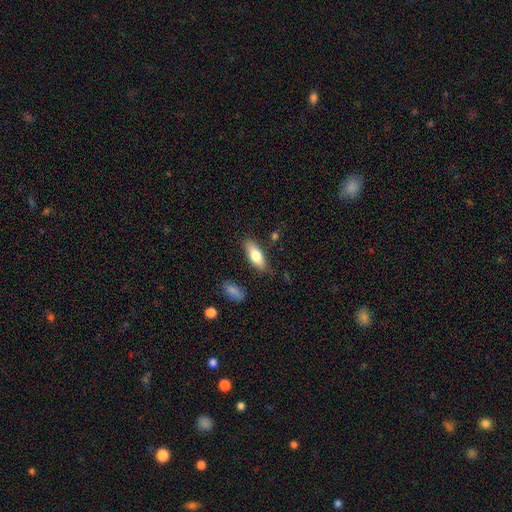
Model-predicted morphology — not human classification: Smooth or featured: smooth — 75% (featured or disk — 19%)
How rounded: in between — 68% (cigar-shaped — 29%)
Merging: none — 80% (minor disturbance — 14%)